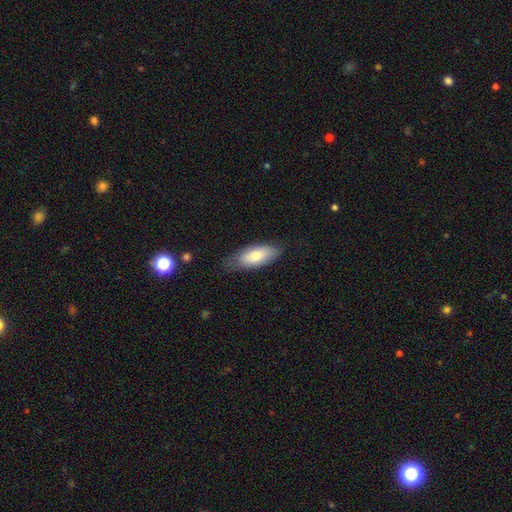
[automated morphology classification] smooth_or_featured: smooth (p=0.72) [alt: featured or disk p=0.21]
how_rounded: in between (p=0.80) [alt: cigar-shaped p=0.17]
merging: none (p=0.72) [alt: minor disturbance p=0.22]